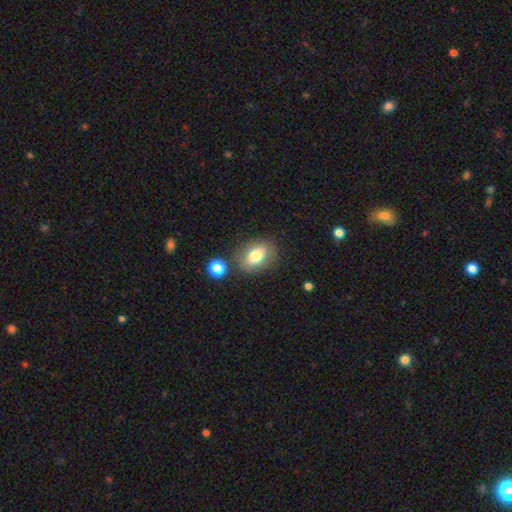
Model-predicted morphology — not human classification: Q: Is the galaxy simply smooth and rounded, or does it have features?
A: smooth — 75%.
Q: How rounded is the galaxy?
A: in between — 78%.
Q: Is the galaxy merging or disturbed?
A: none — 74%.